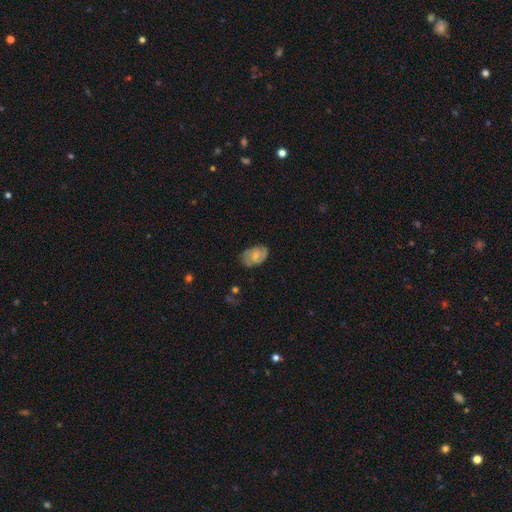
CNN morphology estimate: Overall: featured or disk (52%; smooth 41%). Edge-on disk: no (96%). Merging: none (71%).